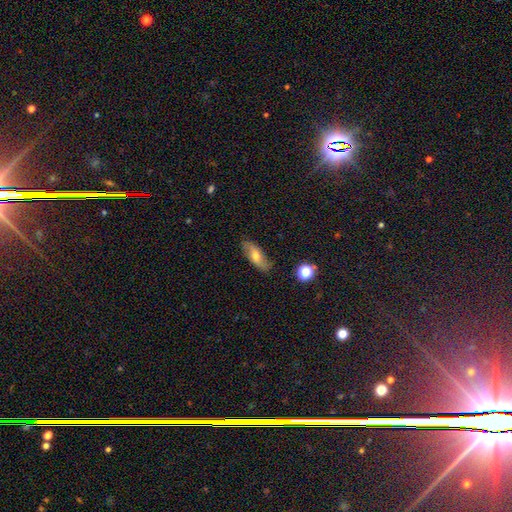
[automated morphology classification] Smooth or featured: smooth — 55% (featured or disk — 37%)
How rounded: in between — 66% (cigar-shaped — 30%)
Merging: none — 82% (minor disturbance — 14%)